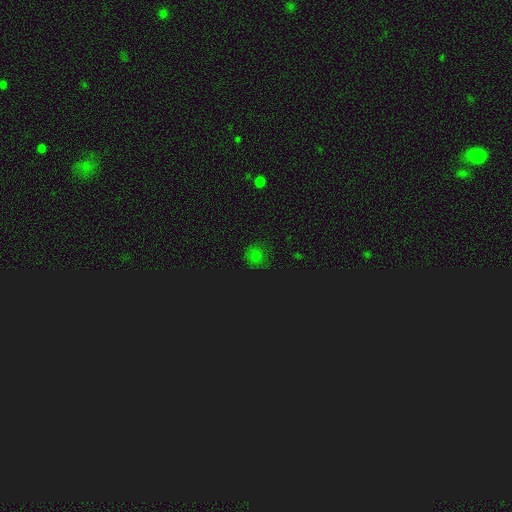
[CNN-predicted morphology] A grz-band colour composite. It shows a smooth galaxy with no disk features (62%) that is round (89%). Merging: none (82%).